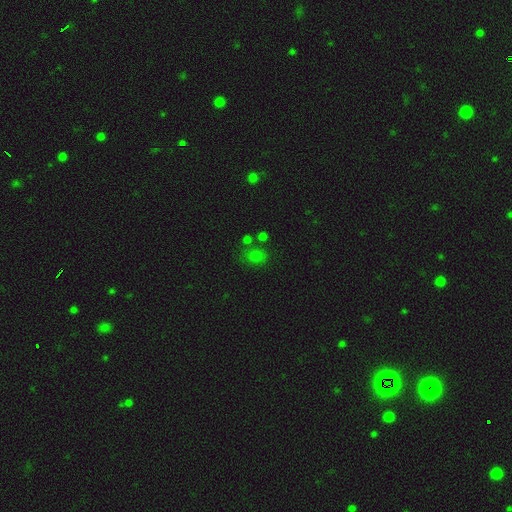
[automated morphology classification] Smooth or featured?
  - smooth: 67% *
  - star or artifact: 26%
  - featured or disk: 7%
How rounded?
  - round: 53% *
  - in between: 45%
  - cigar-shaped: 1%
Merging?
  - none: 67% *
  - minor disturbance: 15%
  - merger: 12%
  - major disturbance: 6%